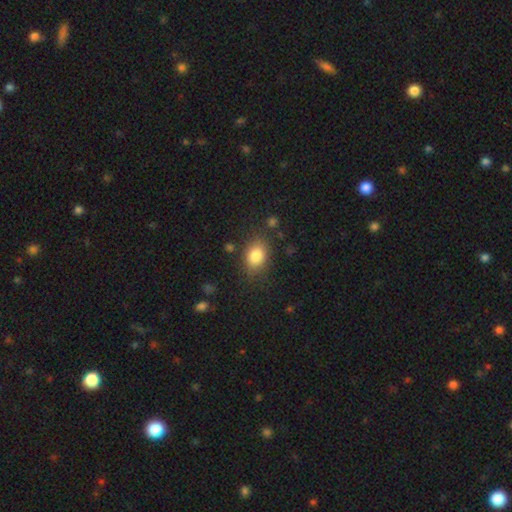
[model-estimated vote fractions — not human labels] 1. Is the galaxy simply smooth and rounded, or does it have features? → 84% smooth, 9% star or artifact, 7% featured or disk.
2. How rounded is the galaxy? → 76% in between, 23% round, 1% cigar-shaped.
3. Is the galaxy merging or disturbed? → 78% none, 14% minor disturbance, 5% major disturbance, 3% merger.